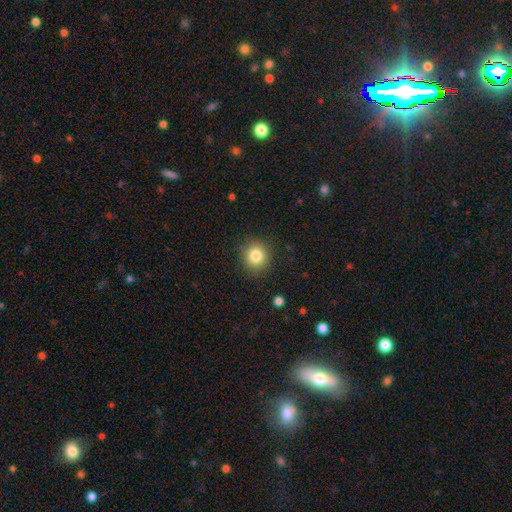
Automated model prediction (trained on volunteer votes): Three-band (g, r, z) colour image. It shows a smooth galaxy with no disk features (82%) that is round (89%). Merging: none (88%).